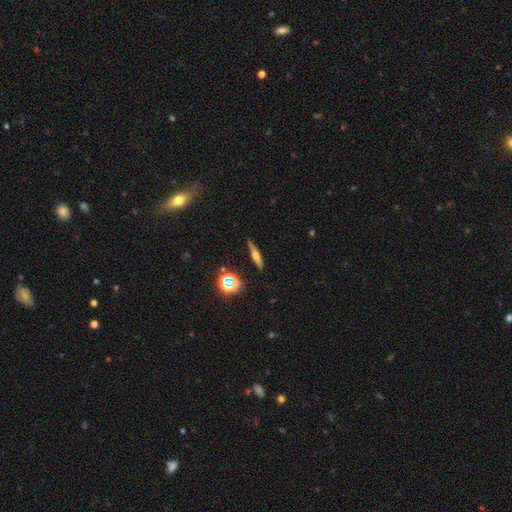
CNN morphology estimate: The model was most divided on "smooth or featured": featured or disk: 48%, smooth: 39%, star or artifact: 13%. More confident: merging — none (87%).